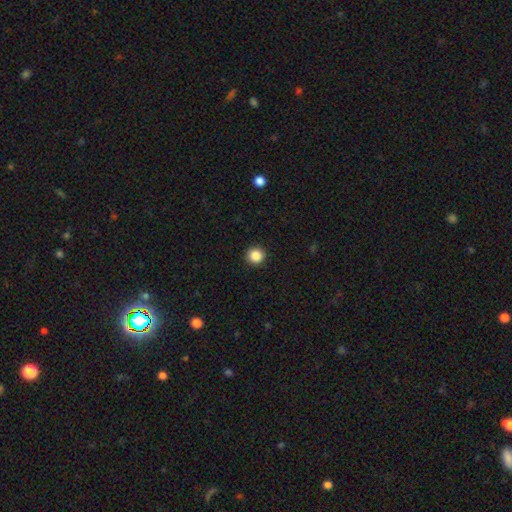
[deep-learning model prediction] Smooth or featured?
  - smooth: 87% *
  - star or artifact: 10%
  - featured or disk: 3%
How rounded?
  - round: 94% *
  - in between: 5%
  - cigar-shaped: 1%
Merging?
  - none: 93% *
  - minor disturbance: 5%
  - major disturbance: 2%
  - merger: 1%